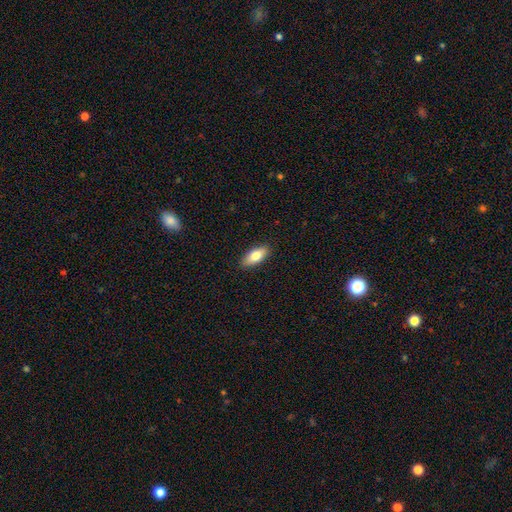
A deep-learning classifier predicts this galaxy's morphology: smooth-or-featured: smooth: 77% | featured or disk: 16% | star or artifact: 6%
  how-rounded: in between: 84% | cigar-shaped: 14% | round: 3%
  merging: none: 89% | minor disturbance: 8% | major disturbance: 2% | merger: 1%